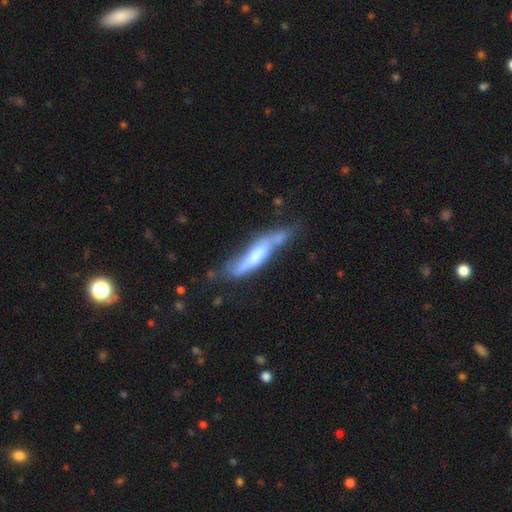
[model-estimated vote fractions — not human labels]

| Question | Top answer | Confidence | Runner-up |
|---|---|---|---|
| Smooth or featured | smooth | 49% | featured or disk (45%) |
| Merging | none | 36% | minor disturbance (31%) |